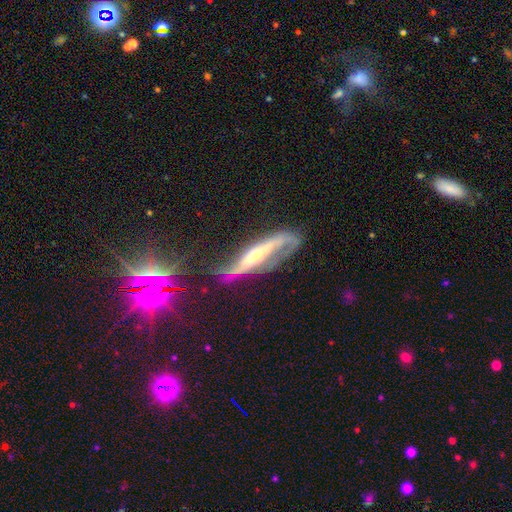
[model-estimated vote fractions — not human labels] Smooth or featured? Predicted: featured or disk (p=0.80). Edge-on disk? Predicted: no (p=0.67). Bar? Predicted: strong (p=0.45). Spiral arms? Predicted: yes (p=0.91). Bulge size? Predicted: moderate (p=0.57). Merging? Predicted: none (p=0.52).